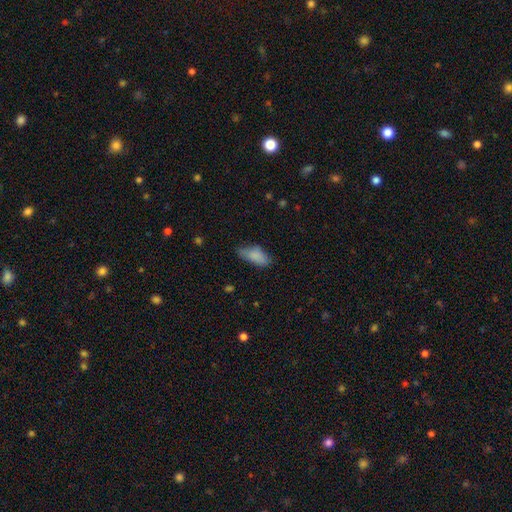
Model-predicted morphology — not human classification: Smooth or featured? Predicted: smooth (p=0.82). How rounded? Predicted: in between (p=0.87). Merging? Predicted: none (p=0.52).